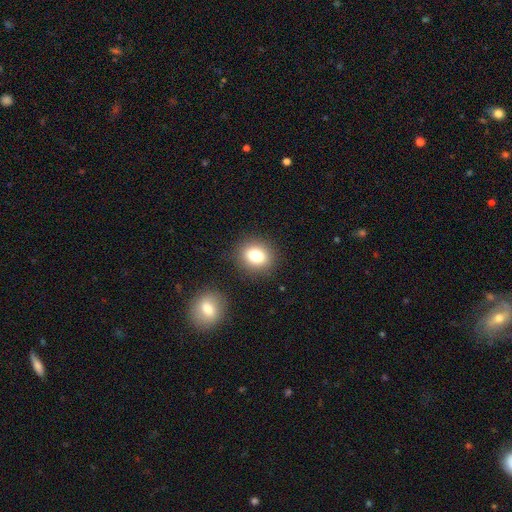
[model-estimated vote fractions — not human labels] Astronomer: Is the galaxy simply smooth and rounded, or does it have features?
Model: smooth — 79%.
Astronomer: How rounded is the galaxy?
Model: round — 64%.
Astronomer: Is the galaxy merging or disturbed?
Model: none — 87%.